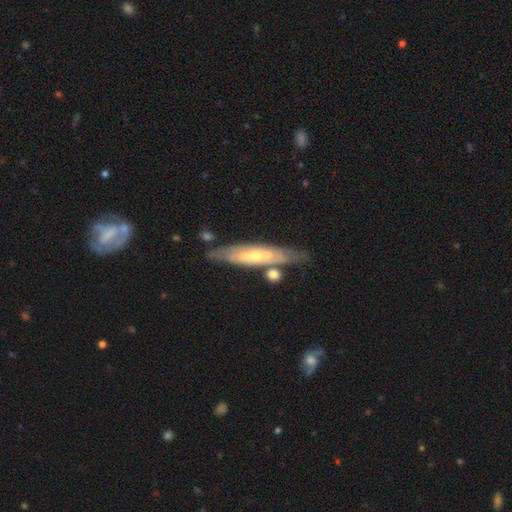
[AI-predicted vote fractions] smooth-or-featured: featured or disk: 63% | smooth: 31% | star or artifact: 6%
  disk-edge-on: yes: 53% | no: 47%
  merging: none: 68% | minor disturbance: 17% | merger: 9% | major disturbance: 5%